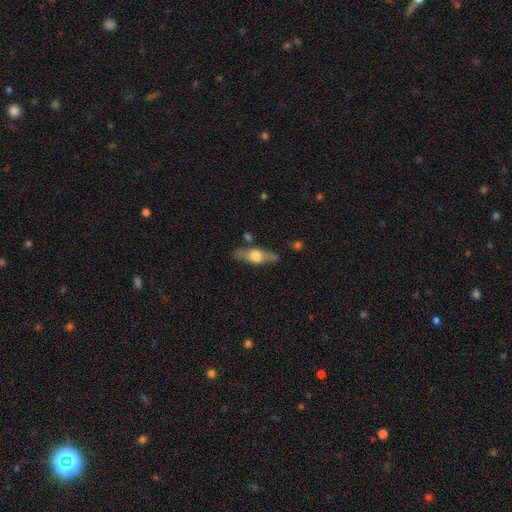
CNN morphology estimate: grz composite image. It shows a featured or disk galaxy (50%). Merging: none (71%).